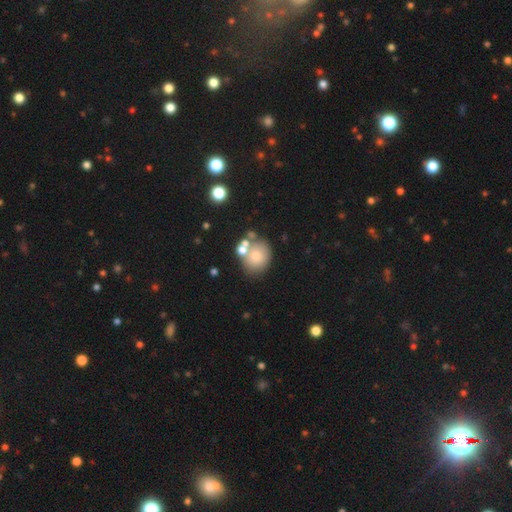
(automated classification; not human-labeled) Smooth or featured: smooth — 71% (featured or disk — 18%)
How rounded: round — 70% (in between — 29%)
Merging: none — 55% (merger — 24%)